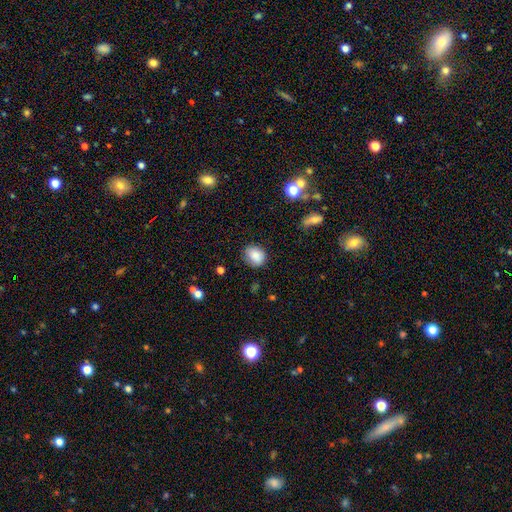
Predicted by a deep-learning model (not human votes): Q: Smooth or featured?
A: smooth (85%); runner-up: star or artifact (9%)
Q: How rounded?
A: round (56%); runner-up: in between (42%)
Q: Merging?
A: none (76%); runner-up: minor disturbance (18%)